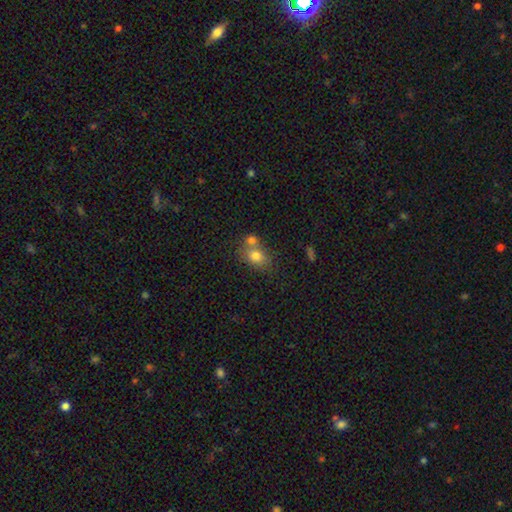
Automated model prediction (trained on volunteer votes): smooth-or-featured: smooth: 77% | featured or disk: 13% | star or artifact: 10%
  how-rounded: in between: 53% | round: 45% | cigar-shaped: 1%
  merging: merger: 43% | none: 41% | minor disturbance: 11% | major disturbance: 4%